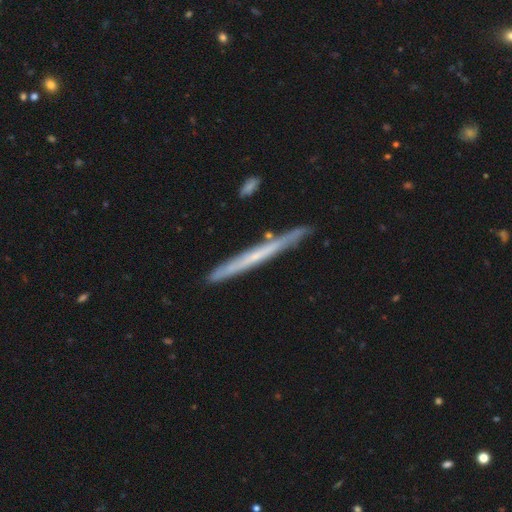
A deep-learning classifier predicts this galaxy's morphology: Smooth or featured? Predicted: featured or disk (p=0.58). Edge-on disk? Predicted: yes (p=0.95). Edge-on bulge? Predicted: none (p=0.82). Merging? Predicted: none (p=0.85).